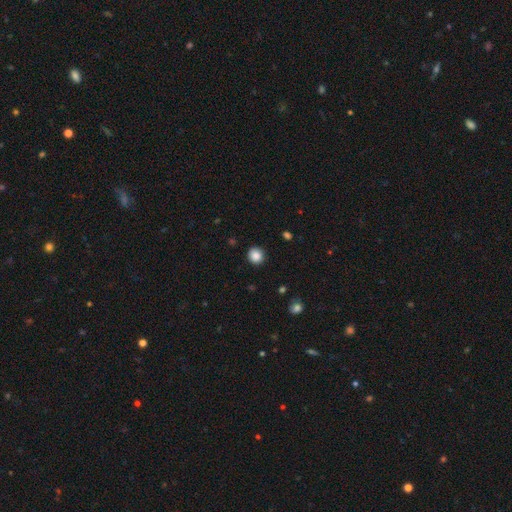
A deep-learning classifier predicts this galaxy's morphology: A smooth galaxy with no disk features (86%) that is round (91%). Merging: none (90%).